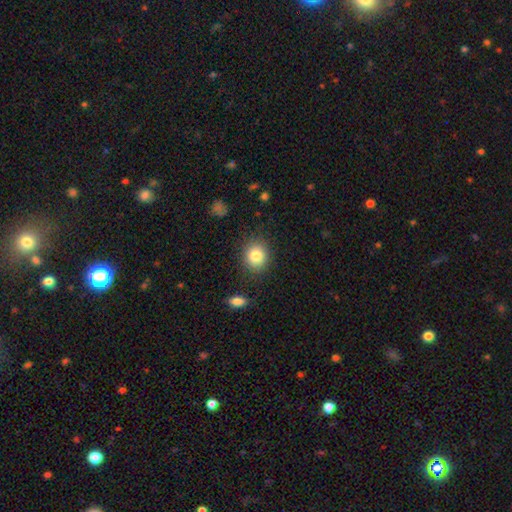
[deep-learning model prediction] This appears to be a smooth galaxy with no disk features (84%) that is round (78%). Merging: none (85%).